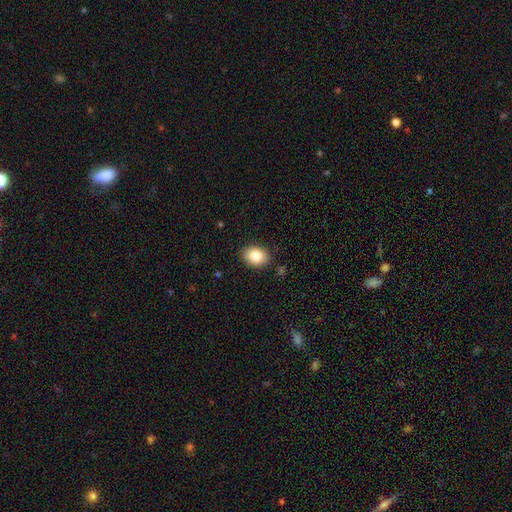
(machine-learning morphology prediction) Smooth or featured? Predicted: smooth (p=0.84). How rounded? Predicted: in between (p=0.65). Merging? Predicted: none (p=0.87).